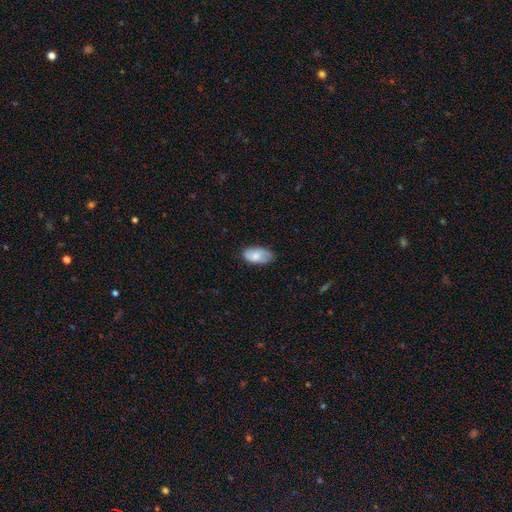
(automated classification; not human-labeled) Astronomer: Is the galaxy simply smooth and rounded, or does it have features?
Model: smooth — 75%.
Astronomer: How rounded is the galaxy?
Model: in between — 94%.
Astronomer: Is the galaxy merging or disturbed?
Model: none — 67%.